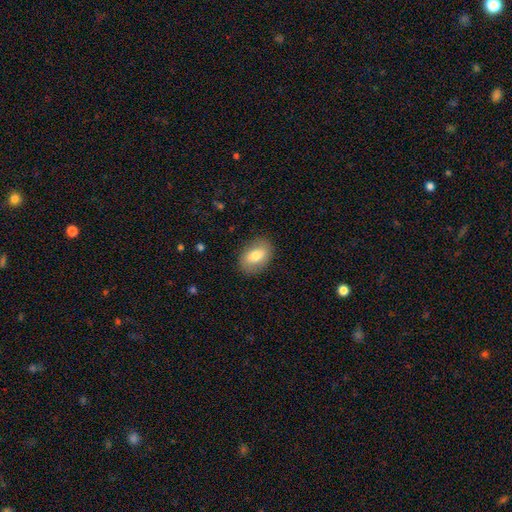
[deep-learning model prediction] Smooth or featured: smooth — 72% (featured or disk — 21%)
How rounded: in between — 81% (round — 17%)
Merging: none — 85% (minor disturbance — 11%)